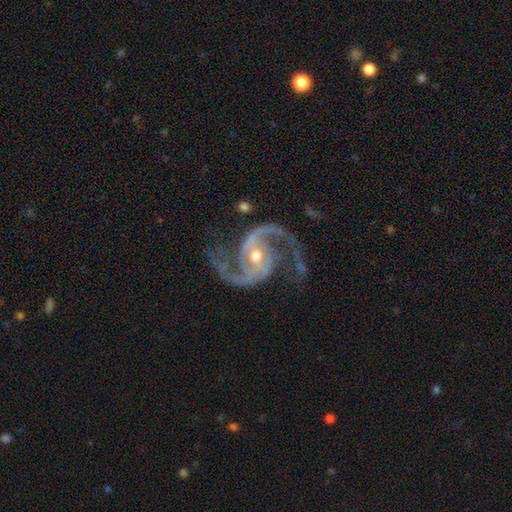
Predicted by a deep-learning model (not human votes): smooth-or-featured: featured or disk: 94% | star or artifact: 4% | smooth: 2%
  disk-edge-on: no: 98% | yes: 2%
    bar: no: 39% | weak: 38% | strong: 23%
    has-spiral-arms: yes: 99% | no: 1%
      spiral-winding: medium: 62% | loose: 26% | tight: 12%
      spiral-arm-count: 2: 92% | 3: 3% | can't tell: 1% | 1: 1% | 4: 1% | more than 4: 1%
    bulge-size: moderate: 64% | small: 31% | large: 3% | none: 1% | dominant: 1%
  merging: none: 75% | minor disturbance: 15% | major disturbance: 8% | merger: 2%